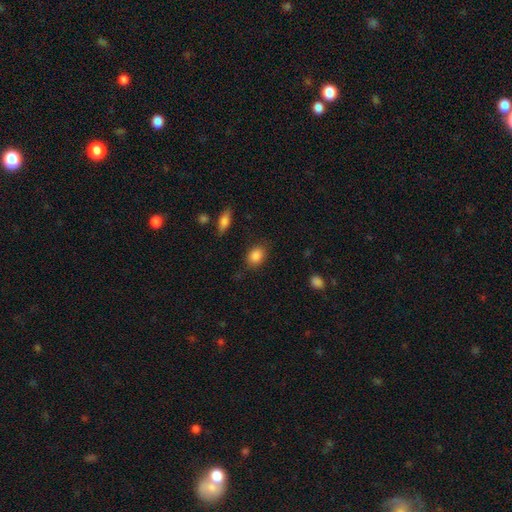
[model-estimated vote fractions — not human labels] smooth_or_featured: smooth (p=0.87) [alt: star or artifact p=0.08]
how_rounded: in between (p=0.68) [alt: round p=0.31]
merging: none (p=0.83) [alt: minor disturbance p=0.12]